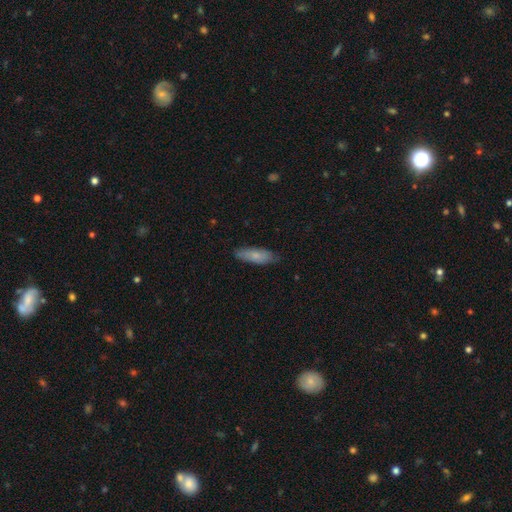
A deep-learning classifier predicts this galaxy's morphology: This appears to be a smooth galaxy with no disk features (75%) that is in between round and cigar-shaped (57%). Merging: none (80%).